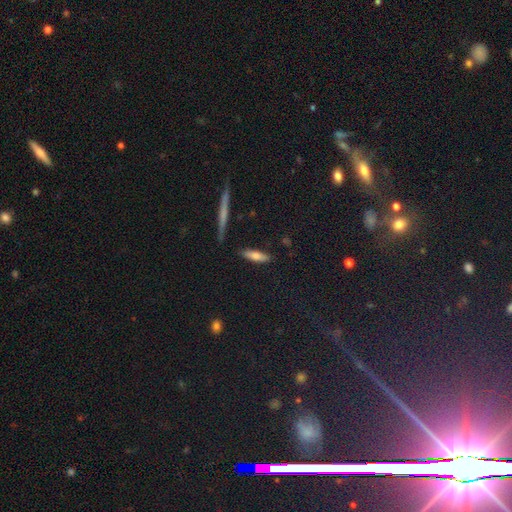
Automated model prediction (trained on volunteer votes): Smooth or featured: smooth — 69% (featured or disk — 24%)
How rounded: cigar-shaped — 60% (in between — 38%)
Merging: none — 84% (minor disturbance — 11%)